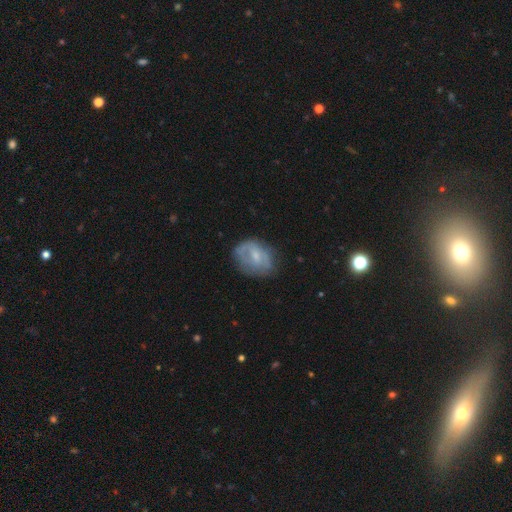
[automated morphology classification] smooth_or_featured: featured or disk (p=0.48) [alt: smooth p=0.44]
merging: none (p=0.58) [alt: minor disturbance p=0.27]